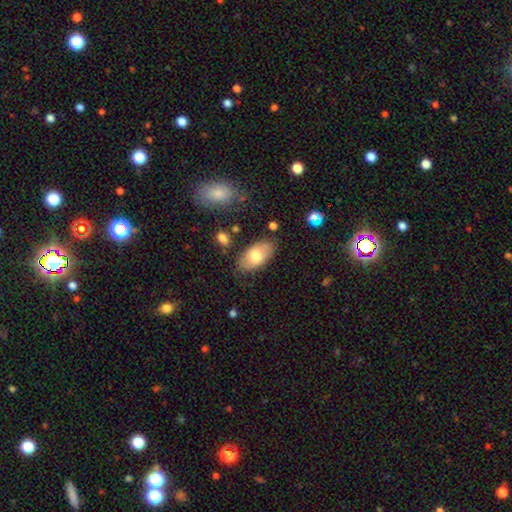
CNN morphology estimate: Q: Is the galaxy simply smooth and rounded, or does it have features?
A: smooth — 73%.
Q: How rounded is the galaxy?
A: in between — 94%.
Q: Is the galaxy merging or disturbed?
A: none — 79%.